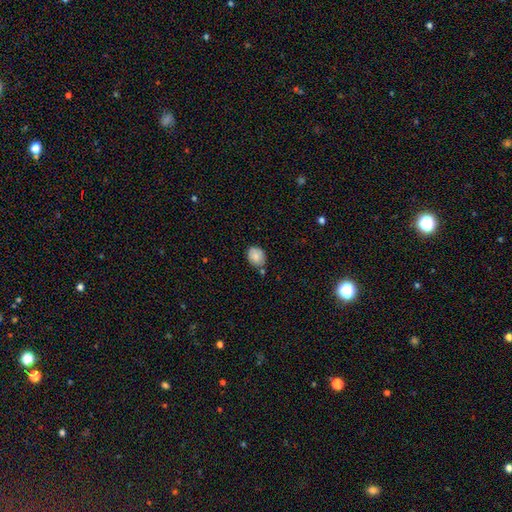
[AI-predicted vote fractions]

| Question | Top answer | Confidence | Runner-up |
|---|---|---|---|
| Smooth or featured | smooth | 82% | featured or disk (10%) |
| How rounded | in between | 55% | round (44%) |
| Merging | none | 66% | minor disturbance (21%) |